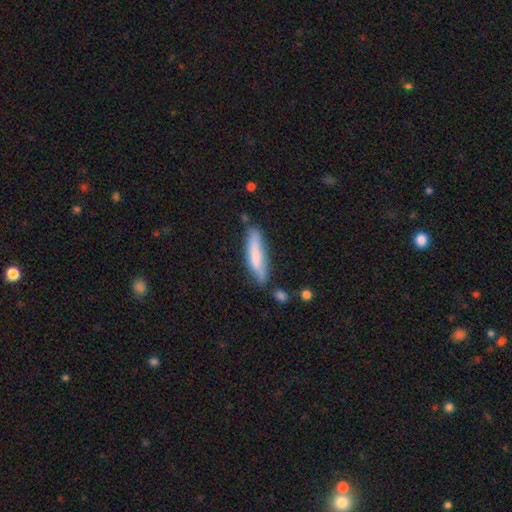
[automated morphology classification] This appears to be a smooth galaxy with no disk features (72%) that is cigar-shaped (79%). Merging: none (67%).